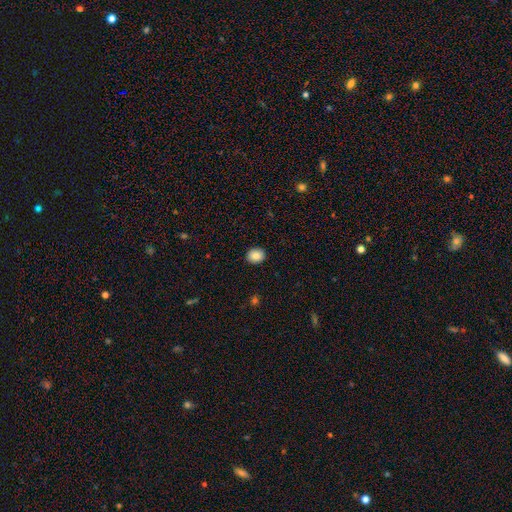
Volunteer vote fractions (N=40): smooth 85%, featured or disk 8%, star or artifact 8%. Down the decision tree: how rounded — in between (62%); merging — none (92%).